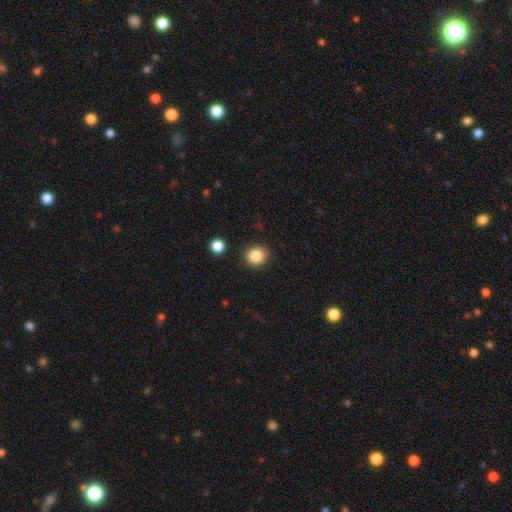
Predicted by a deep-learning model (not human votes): Smooth or featured? smooth (86%)
How rounded? round (85%)
Merging? none (86%)